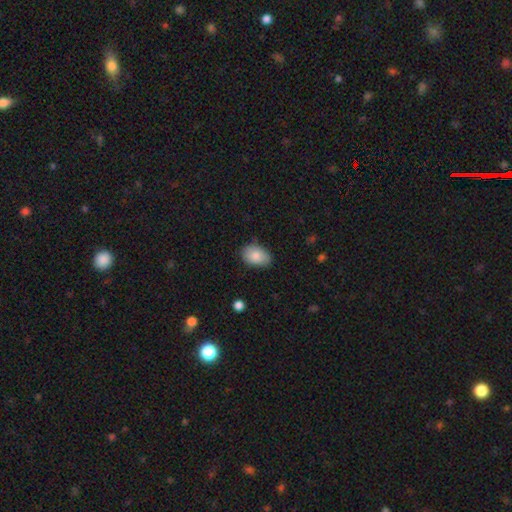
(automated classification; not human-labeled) Smooth or featured? smooth (85%)
How rounded? in between (85%)
Merging? none (75%)